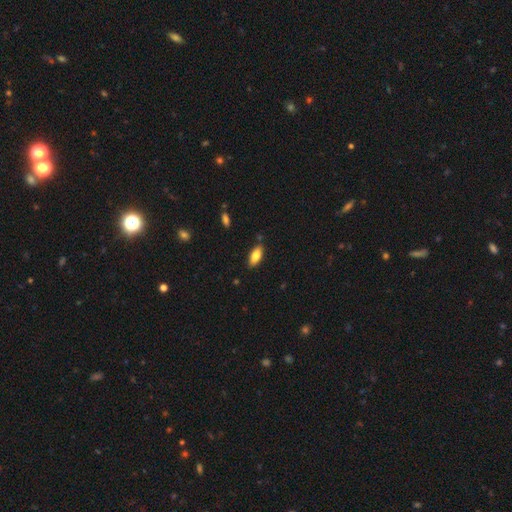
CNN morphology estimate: This is clearly a smooth galaxy (81%). How rounded: clearly in between (83%). Merging: clearly none (83%).